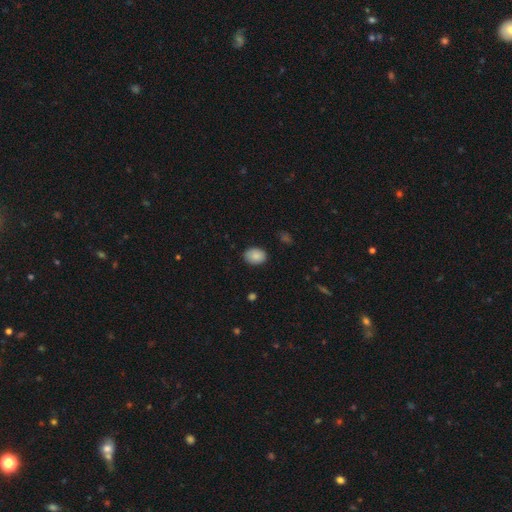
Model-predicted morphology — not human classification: Smooth or featured? Predicted: smooth (p=0.87). How rounded? Predicted: in between (p=0.74). Merging? Predicted: none (p=0.85).